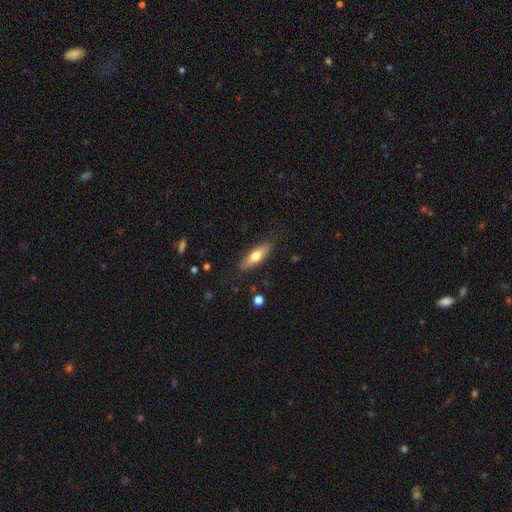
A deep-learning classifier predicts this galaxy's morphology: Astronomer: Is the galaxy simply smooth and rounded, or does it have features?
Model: smooth — 65%.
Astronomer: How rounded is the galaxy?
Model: in between — 53% (runner-up: cigar-shaped, 45%).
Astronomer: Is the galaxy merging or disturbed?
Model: none — 83%.